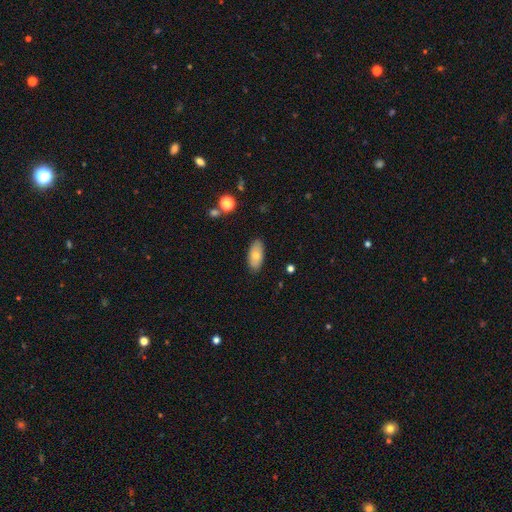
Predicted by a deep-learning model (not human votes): Q: Smooth or featured?
A: smooth (74%); runner-up: featured or disk (19%)
Q: How rounded?
A: in between (91%); runner-up: cigar-shaped (6%)
Q: Merging?
A: none (85%); runner-up: minor disturbance (11%)